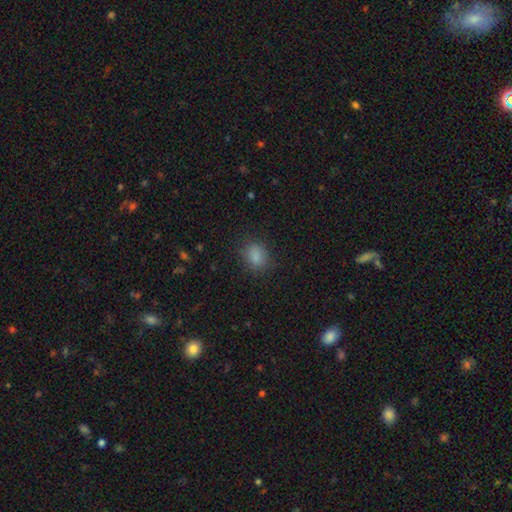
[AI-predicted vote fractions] Overall: smooth (84%). How rounded: round (51%; in between 48%). Merging: none (80%).